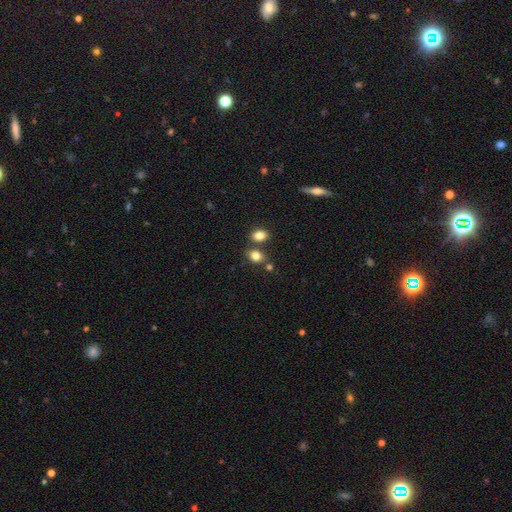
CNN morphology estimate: A smooth galaxy with no disk features (82%) that is in between round and cigar-shaped (66%).

Vote fractions:
- Smooth or featured? smooth: 82% / star or artifact: 11% / featured or disk: 7%
- How rounded? in between: 66% / round: 33% / cigar-shaped: 1%
- Merging? none: 63% / merger: 23% / minor disturbance: 11% / major disturbance: 4%